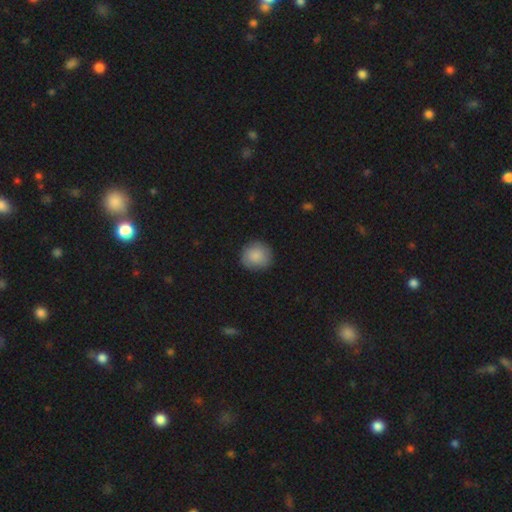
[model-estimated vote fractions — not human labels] A smooth galaxy with no disk features (87%) that is round (88%).

Vote fractions:
- Smooth or featured? smooth: 87% / featured or disk: 7% / star or artifact: 7%
- How rounded? round: 88% / in between: 11% / cigar-shaped: 1%
- Merging? none: 86% / minor disturbance: 11% / major disturbance: 2% / merger: 1%